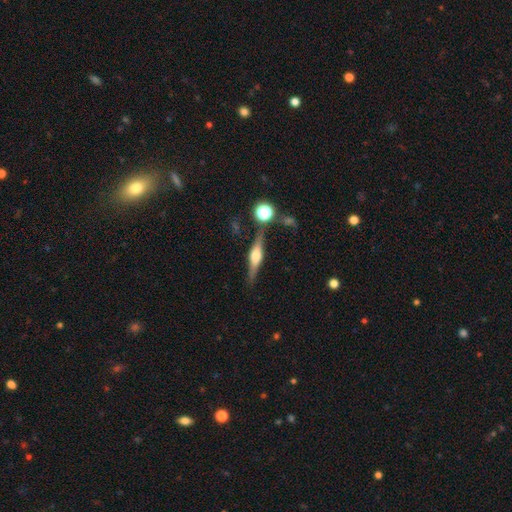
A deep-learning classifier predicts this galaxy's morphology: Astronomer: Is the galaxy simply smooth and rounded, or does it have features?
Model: featured or disk — 69%.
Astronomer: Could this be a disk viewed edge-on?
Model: yes — 96%.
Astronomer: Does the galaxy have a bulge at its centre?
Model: rounded — 89%.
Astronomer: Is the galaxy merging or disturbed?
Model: none — 81%.